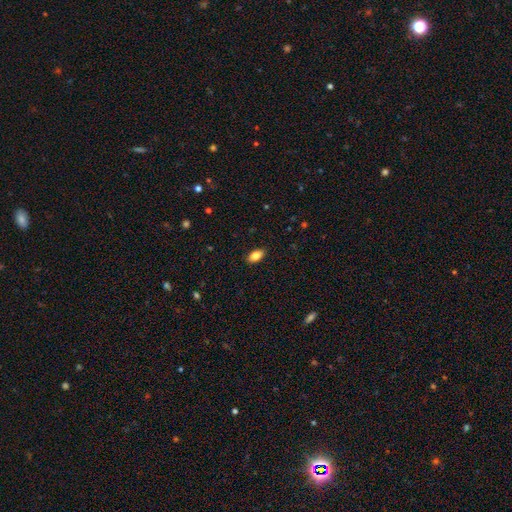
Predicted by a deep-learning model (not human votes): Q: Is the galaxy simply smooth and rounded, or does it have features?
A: smooth — 84%.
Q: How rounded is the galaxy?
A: in between — 91%.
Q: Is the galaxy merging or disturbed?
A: none — 88%.